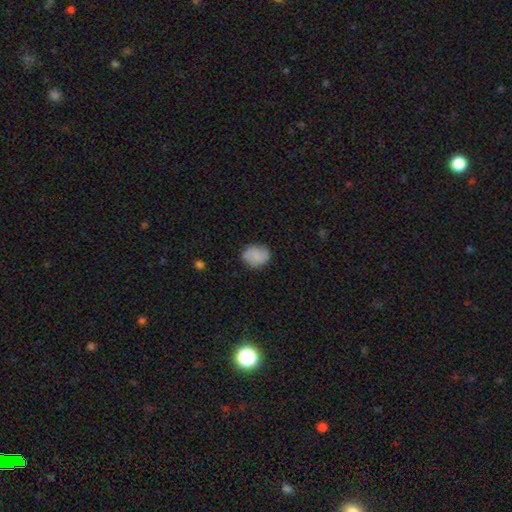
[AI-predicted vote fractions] smooth_or_featured: smooth (p=0.77) [alt: featured or disk p=0.14]
how_rounded: round (p=0.54) [alt: in between p=0.45]
merging: none (p=0.80) [alt: minor disturbance p=0.15]